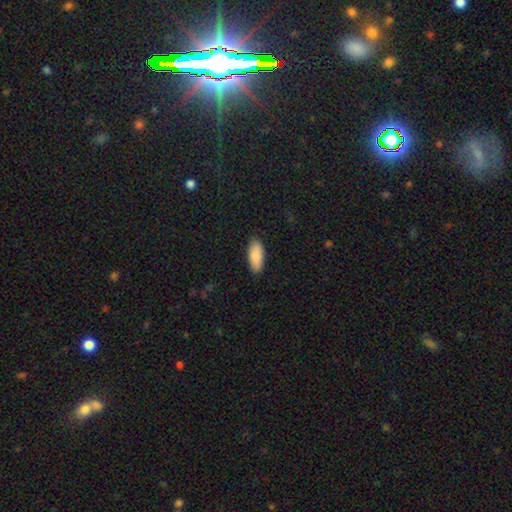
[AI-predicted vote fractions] Smooth or featured?
  - smooth: 89% *
  - star or artifact: 6%
  - featured or disk: 5%
How rounded?
  - in between: 83% *
  - cigar-shaped: 15%
  - round: 2%
Merging?
  - none: 87% *
  - minor disturbance: 10%
  - major disturbance: 2%
  - merger: 1%